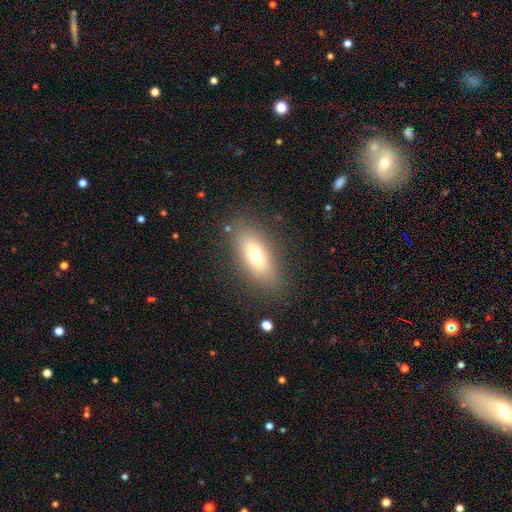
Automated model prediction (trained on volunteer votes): Morphology: type=smooth (67%); roundness=in between (75%); merging=none (83%).